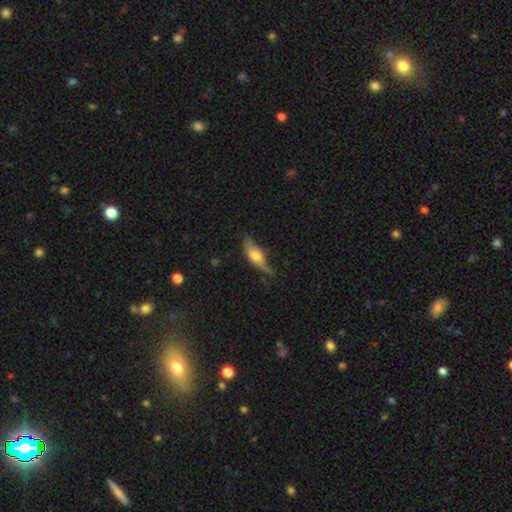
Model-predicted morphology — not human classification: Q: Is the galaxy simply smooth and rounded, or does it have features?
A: smooth — 60%.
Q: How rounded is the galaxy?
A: in between — 65%.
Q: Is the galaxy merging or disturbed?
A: none — 43%.